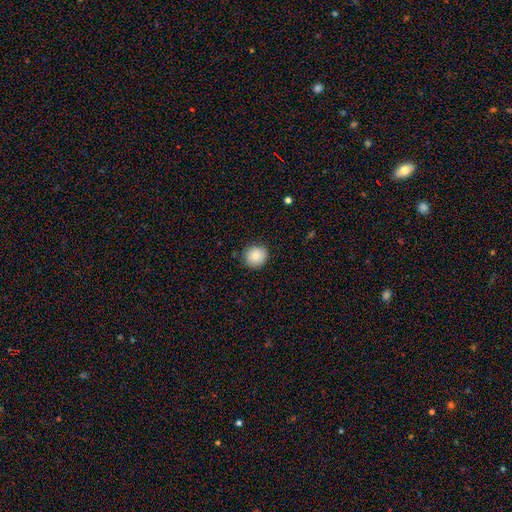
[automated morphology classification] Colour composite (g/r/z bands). It shows a smooth galaxy with no disk features (84%) that is round (89%). Merging: none (87%).